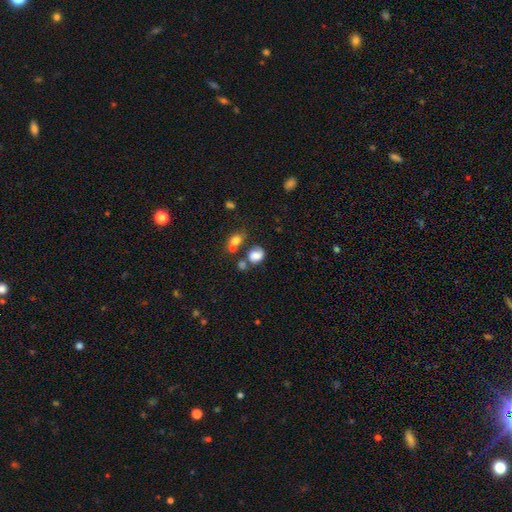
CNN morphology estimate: Overall: smooth (75%). How rounded: in between (50%; round 49%). Merging: none (47%; merger 22%).